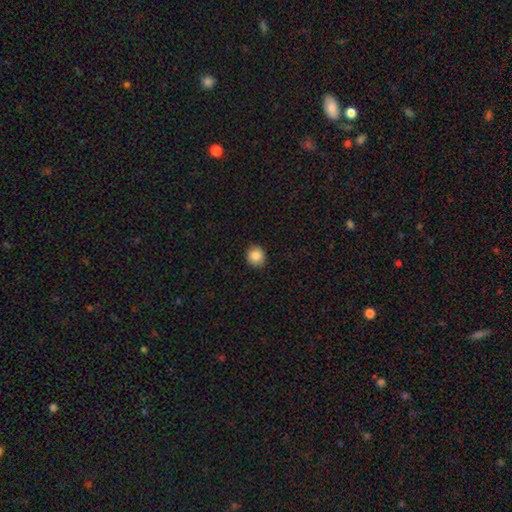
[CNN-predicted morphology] Q: Smooth or featured?
A: smooth (87%); runner-up: star or artifact (9%)
Q: How rounded?
A: round (87%); runner-up: in between (12%)
Q: Merging?
A: none (90%); runner-up: minor disturbance (7%)